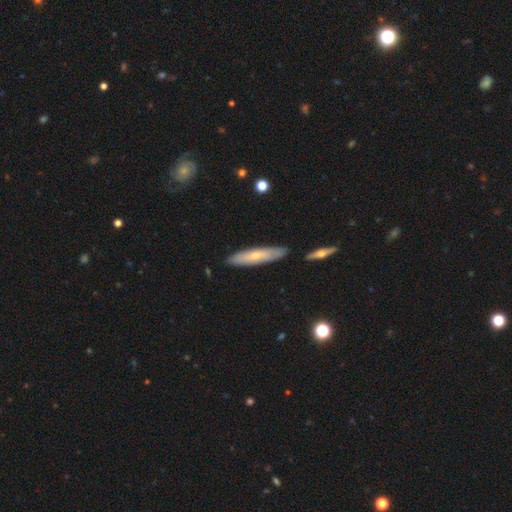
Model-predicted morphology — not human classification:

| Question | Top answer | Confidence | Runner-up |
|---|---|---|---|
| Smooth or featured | smooth | 53% | featured or disk (41%) |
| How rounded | cigar-shaped | 82% | in between (17%) |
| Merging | none | 84% | minor disturbance (11%) |